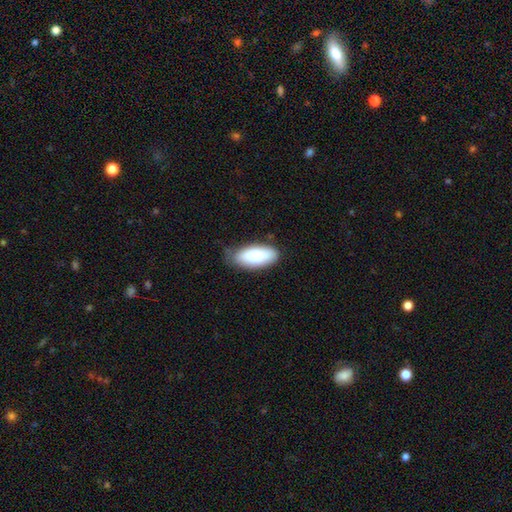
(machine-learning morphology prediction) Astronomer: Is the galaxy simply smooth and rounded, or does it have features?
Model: smooth — 84%.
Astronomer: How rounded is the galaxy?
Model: in between — 89%.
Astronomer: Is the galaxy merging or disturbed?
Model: none — 68%.